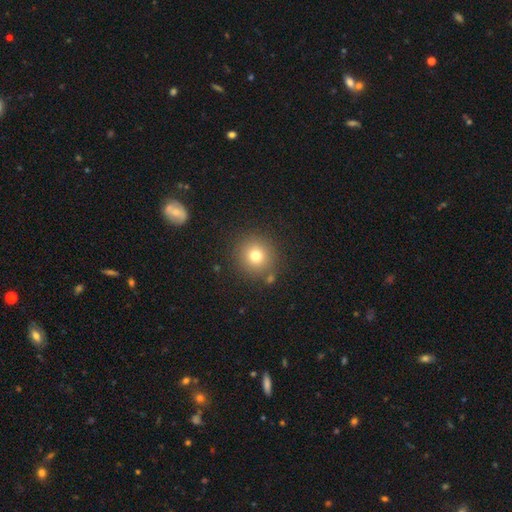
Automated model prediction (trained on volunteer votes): Smooth or featured? Predicted: smooth (p=0.76). How rounded? Predicted: round (p=0.93). Merging? Predicted: none (p=0.84).